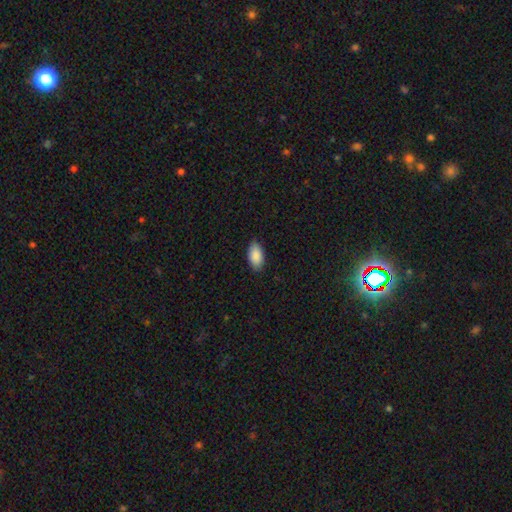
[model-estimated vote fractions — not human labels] Smooth or featured? Predicted: smooth (p=0.89). How rounded? Predicted: in between (p=0.95). Merging? Predicted: none (p=0.85).